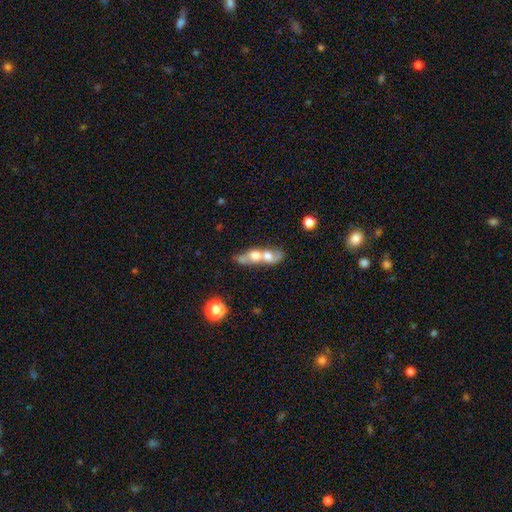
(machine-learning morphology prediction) smooth 50%, featured or disk 40%, star or artifact 10%. Down the decision tree: merging — merger (76%).